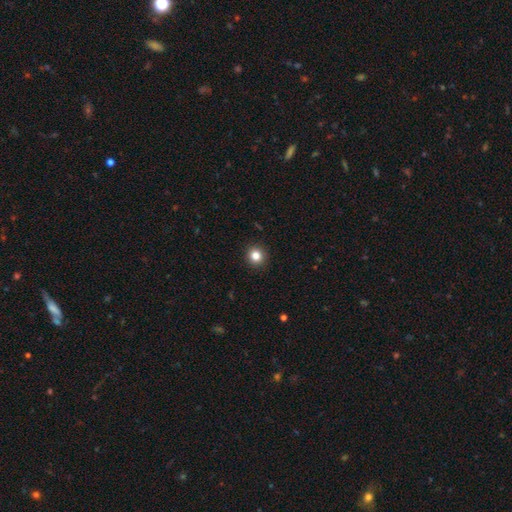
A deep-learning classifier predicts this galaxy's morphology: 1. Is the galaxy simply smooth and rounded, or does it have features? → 83% smooth, 12% star or artifact, 5% featured or disk.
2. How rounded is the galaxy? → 94% round, 5% in between, 1% cigar-shaped.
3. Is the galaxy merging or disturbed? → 93% none, 4% minor disturbance, 2% major disturbance, 1% merger.